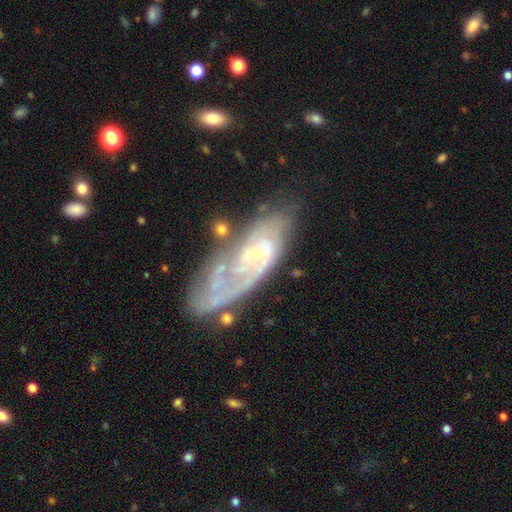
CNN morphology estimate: Q: Smooth or featured?
A: featured or disk (77%); runner-up: smooth (16%)
Q: Edge-on disk?
A: no (91%); runner-up: yes (9%)
Q: Bar?
A: no (54%); runner-up: weak (36%)
Q: Spiral arms?
A: yes (79%); runner-up: no (21%)
Q: Spiral winding?
A: tight (41%); runner-up: medium (38%)
Q: Spiral arm count?
A: can't tell (32%); runner-up: 1 (29%)
Q: Bulge size?
A: small (61%); runner-up: none (21%)
Q: Merging?
A: none (44%); runner-up: major disturbance (23%)